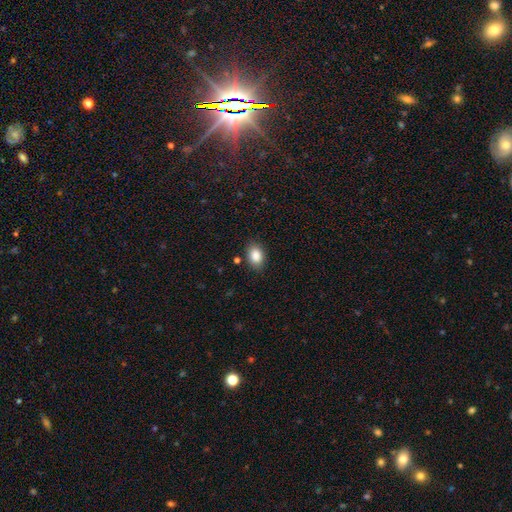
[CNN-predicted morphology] Smooth or featured?
  - smooth: 87% *
  - star or artifact: 8%
  - featured or disk: 5%
How rounded?
  - in between: 81% *
  - round: 18%
  - cigar-shaped: 1%
Merging?
  - none: 84% *
  - minor disturbance: 12%
  - major disturbance: 3%
  - merger: 2%